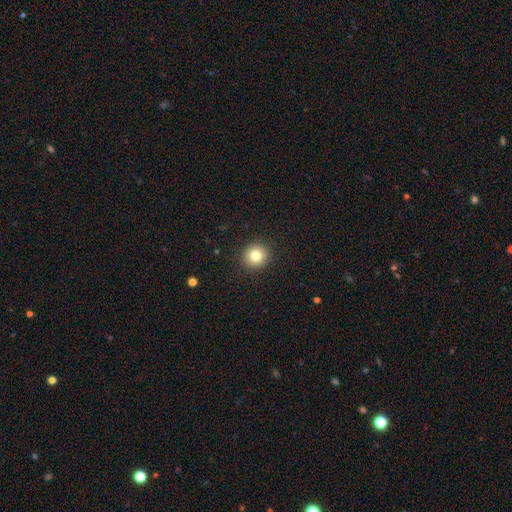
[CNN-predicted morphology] type=smooth (80%); roundness=round (91%); merging=none (92%).